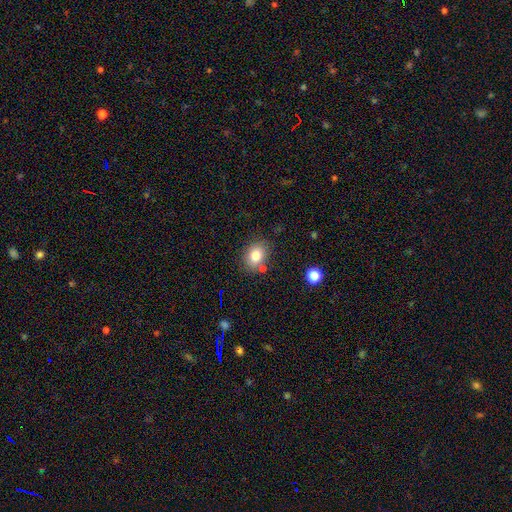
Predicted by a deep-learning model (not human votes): Smooth or featured?
  - smooth: 80% *
  - featured or disk: 10%
  - star or artifact: 10%
How rounded?
  - in between: 58% *
  - round: 41%
  - cigar-shaped: 1%
Merging?
  - none: 76% *
  - minor disturbance: 13%
  - merger: 7%
  - major disturbance: 3%